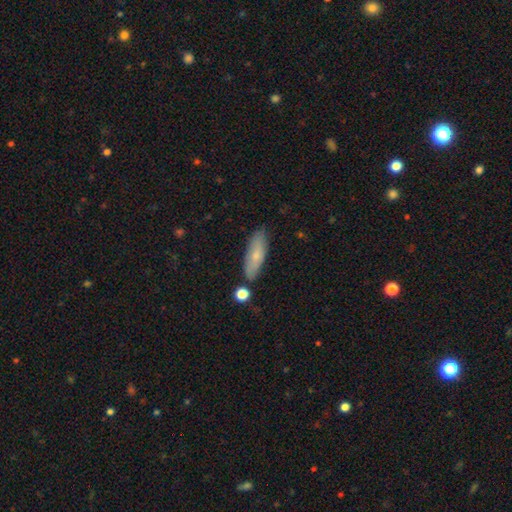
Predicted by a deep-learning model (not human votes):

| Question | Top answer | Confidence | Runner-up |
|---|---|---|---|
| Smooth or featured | smooth | 70% | featured or disk (23%) |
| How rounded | in between | 50% | cigar-shaped (47%) |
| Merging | none | 79% | minor disturbance (14%) |